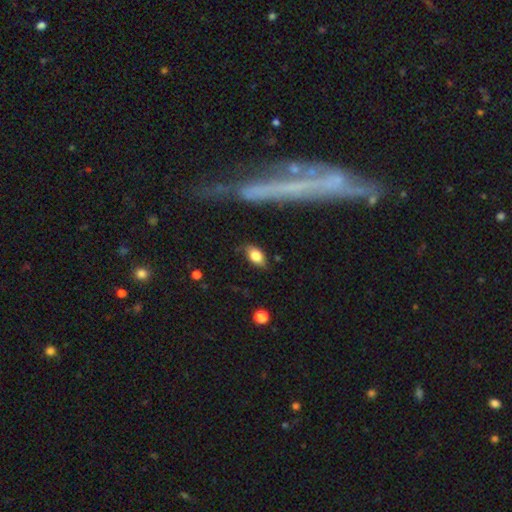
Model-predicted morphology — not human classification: smooth-or-featured: smooth: 77% | featured or disk: 15% | star or artifact: 8%
  how-rounded: in between: 89% | round: 7% | cigar-shaped: 4%
  merging: none: 77% | minor disturbance: 17% | major disturbance: 4% | merger: 2%